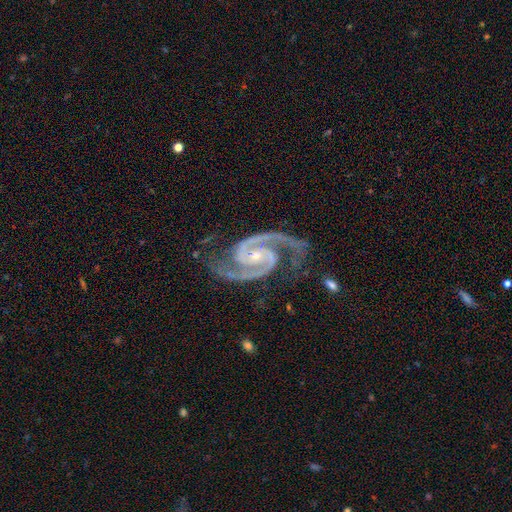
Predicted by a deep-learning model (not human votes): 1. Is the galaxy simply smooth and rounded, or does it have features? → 95% featured or disk, 3% star or artifact, 2% smooth.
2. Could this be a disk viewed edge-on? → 98% no, 2% yes.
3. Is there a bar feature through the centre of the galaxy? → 49% no, 33% weak, 18% strong.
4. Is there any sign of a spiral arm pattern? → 99% yes, 1% no.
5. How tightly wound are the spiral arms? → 61% medium, 31% tight, 8% loose.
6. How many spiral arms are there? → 94% 2, 2% 3, 1% can't tell, 1% 1, 1% 4, 1% more than 4.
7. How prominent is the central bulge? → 71% small, 26% moderate, 2% none, 1% large, 1% dominant.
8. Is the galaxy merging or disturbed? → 75% none, 17% minor disturbance, 6% major disturbance, 2% merger.